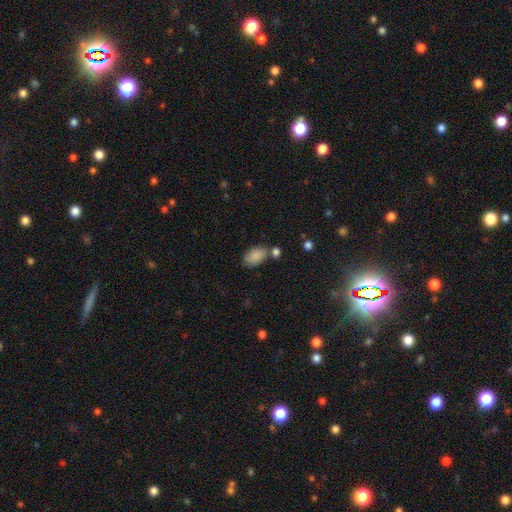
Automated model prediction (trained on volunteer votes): smooth-or-featured: smooth: 87% | star or artifact: 7% | featured or disk: 5%
  how-rounded: in between: 92% | round: 7% | cigar-shaped: 1%
  merging: none: 64% | minor disturbance: 16% | merger: 15% | major disturbance: 5%